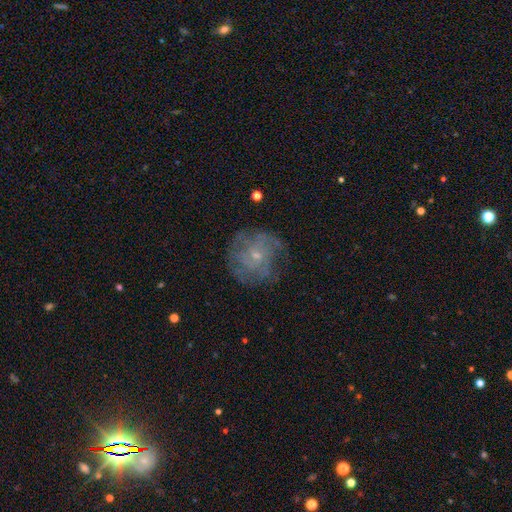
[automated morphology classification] Q: Smooth or featured?
A: featured or disk (65%); runner-up: smooth (24%)
Q: Edge-on disk?
A: no (98%); runner-up: yes (2%)
Q: Bar?
A: no (78%); runner-up: weak (19%)
Q: Spiral arms?
A: yes (74%); runner-up: no (26%)
Q: Bulge size?
A: small (77%); runner-up: moderate (17%)
Q: Merging?
A: none (66%); runner-up: minor disturbance (20%)